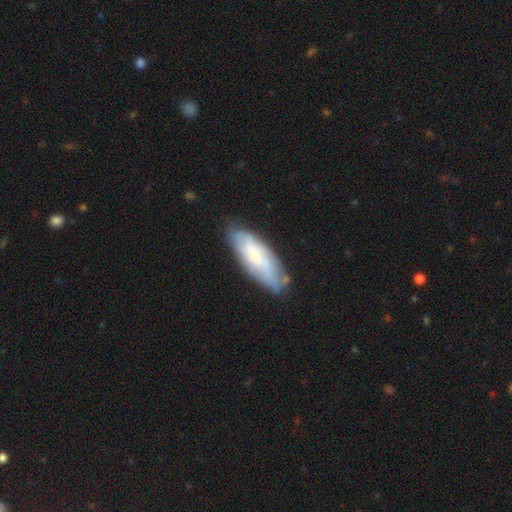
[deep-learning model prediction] Morphology: type=smooth (53%); roundness=in between (62%); merging=none (72%).